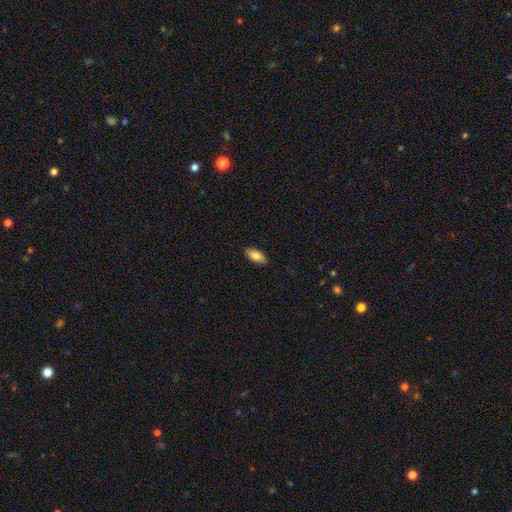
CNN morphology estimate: A smooth galaxy with no disk features (84%) that is in between round and cigar-shaped (89%). Merging: none (88%).